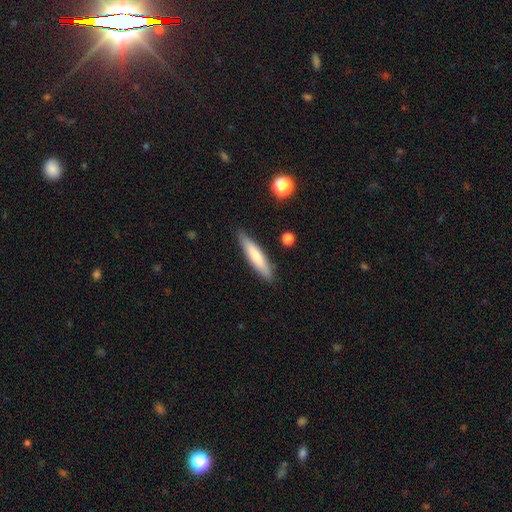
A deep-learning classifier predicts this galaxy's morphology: This appears to be a smooth galaxy with no disk features (70%) that is cigar-shaped (87%). Merging: none (87%).